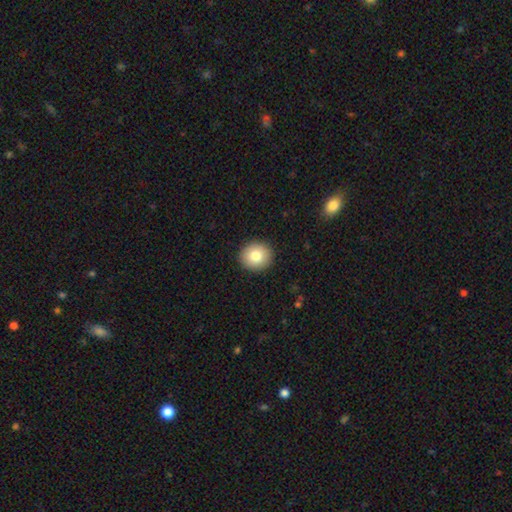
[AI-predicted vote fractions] smooth_or_featured: smooth (p=0.81) [alt: featured or disk p=0.10]
how_rounded: round (p=0.89) [alt: in between p=0.11]
merging: none (p=0.92) [alt: minor disturbance p=0.05]